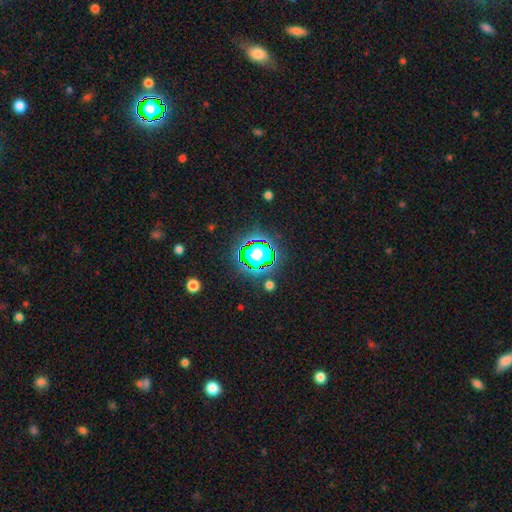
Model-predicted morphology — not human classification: Smooth or featured: star or artifact — 59% (smooth — 29%)